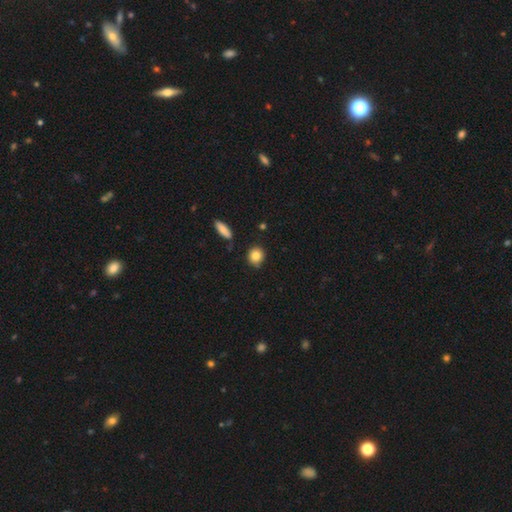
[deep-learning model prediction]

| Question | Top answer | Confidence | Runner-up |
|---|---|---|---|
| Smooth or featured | smooth | 84% | star or artifact (9%) |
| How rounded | round | 81% | in between (17%) |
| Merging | none | 83% | minor disturbance (12%) |